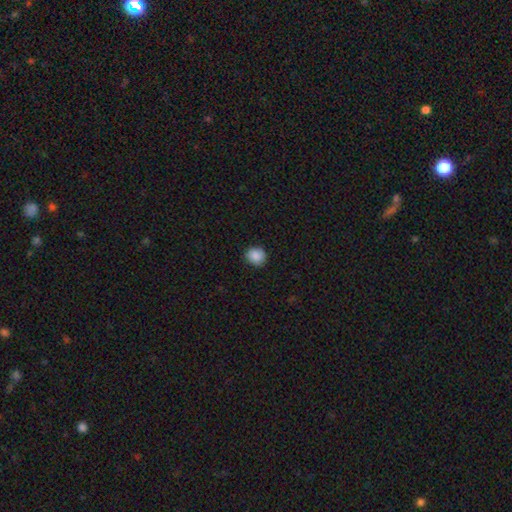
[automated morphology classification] Smooth or featured? smooth (87%)
How rounded? round (81%)
Merging? none (86%)